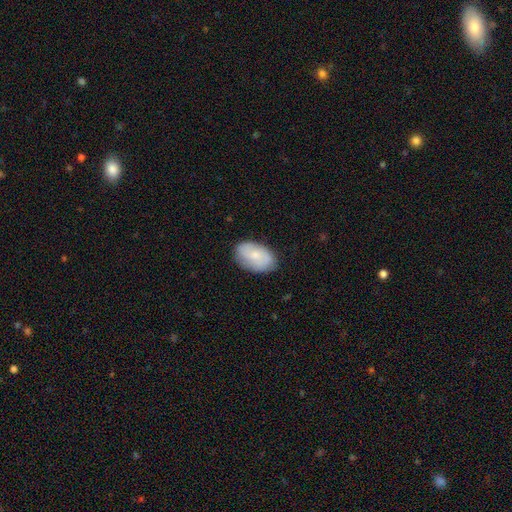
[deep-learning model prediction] The model was most divided on "smooth or featured": smooth: 60%, featured or disk: 34%, star or artifact: 7%. More confident: how rounded — in between (91%); merging — none (79%).